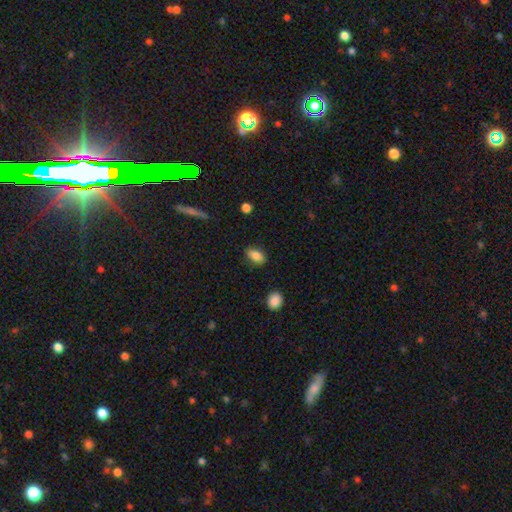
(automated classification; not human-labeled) Morphology: type=smooth (84%); roundness=in between (88%); merging=none (83%).